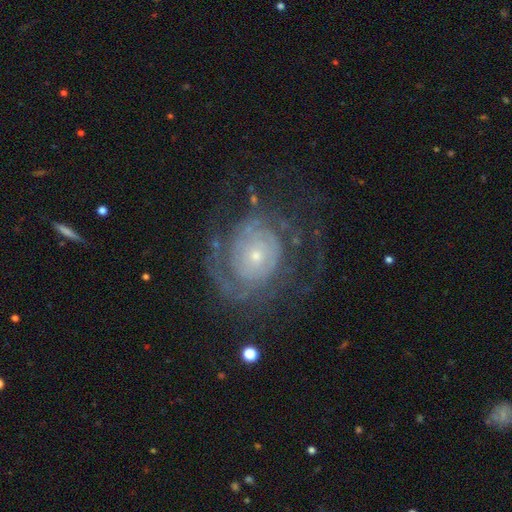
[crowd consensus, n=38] This appears to be a featured or disk galaxy (92%) with no bar (82%), tight (54%) spiral arms (79%) and a small central bulge (70%). Merging: none (51%).